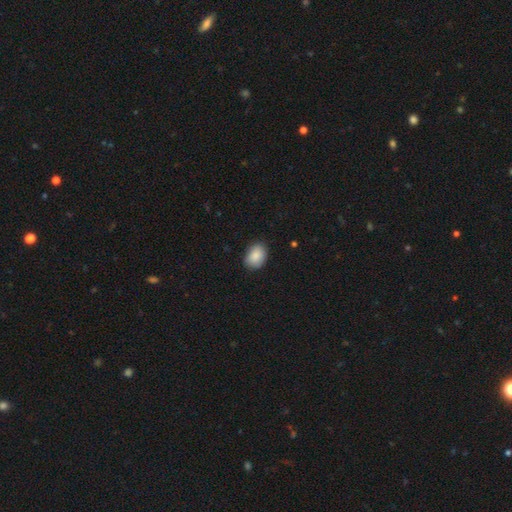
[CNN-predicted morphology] smooth 88%, star or artifact 7%, featured or disk 5%. Down the decision tree: how rounded — in between (80%); merging — none (81%).